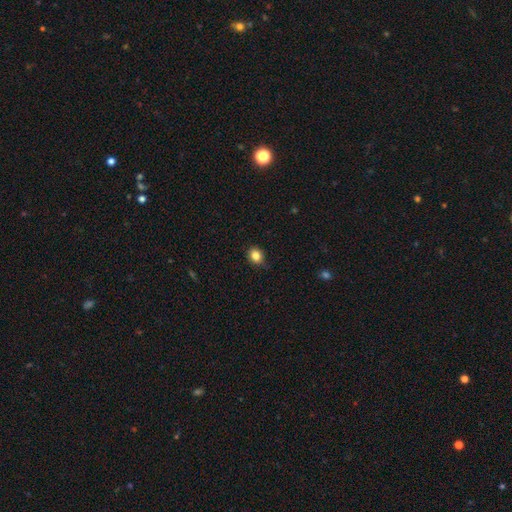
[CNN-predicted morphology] Smooth or featured? smooth (84%)
How rounded? round (71%)
Merging? none (82%)